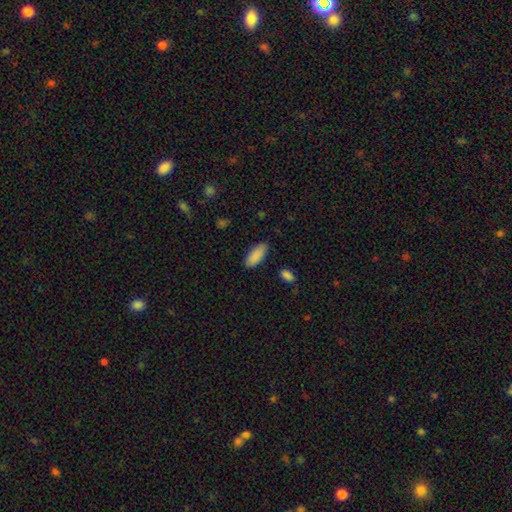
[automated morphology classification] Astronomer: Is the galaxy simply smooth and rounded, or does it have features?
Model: smooth — 89%.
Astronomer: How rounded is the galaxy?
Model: in between — 83%.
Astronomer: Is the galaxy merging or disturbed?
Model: none — 84%.